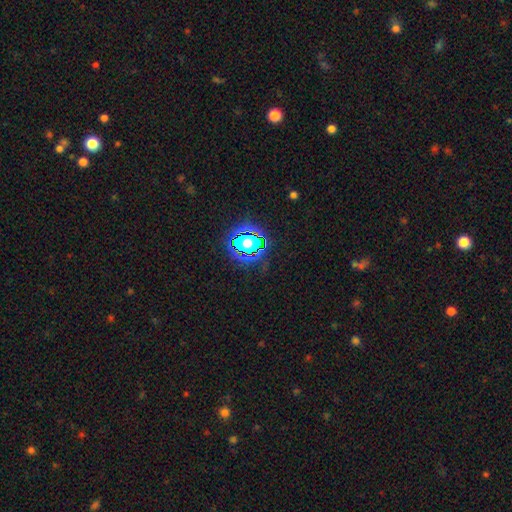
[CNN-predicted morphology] This is likely a star or artifact rather than a galaxy (79%).